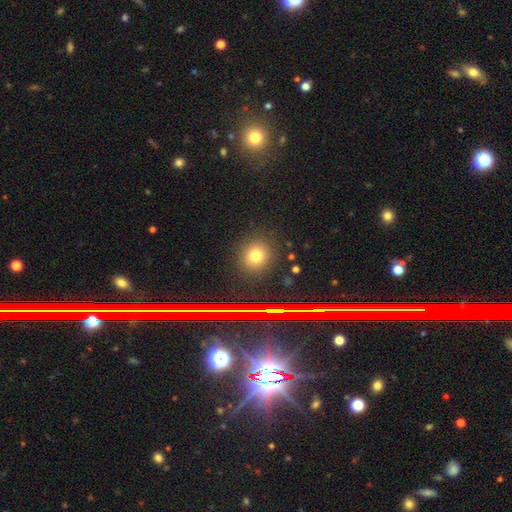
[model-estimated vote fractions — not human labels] Morphology: type=smooth (73%); roundness=round (79%); merging=none (88%).